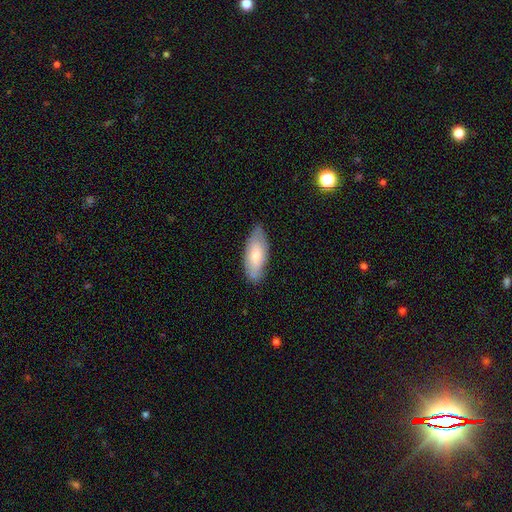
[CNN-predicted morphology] A smooth galaxy with no disk features (73%) that is in between round and cigar-shaped (82%).

Vote fractions:
- Smooth or featured? smooth: 73% / featured or disk: 22% / star or artifact: 6%
- How rounded? in between: 82% / cigar-shaped: 16% / round: 2%
- Merging? none: 75% / minor disturbance: 21% / major disturbance: 3% / merger: 1%